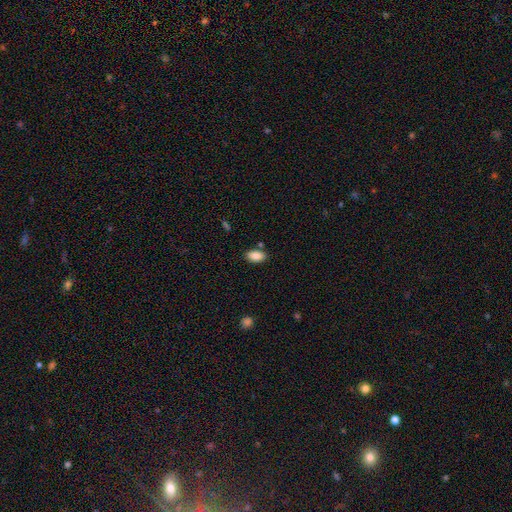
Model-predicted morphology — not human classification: A smooth galaxy with no disk features (88%) that is in between round and cigar-shaped (93%).

Vote fractions:
- Smooth or featured? smooth: 88% / star or artifact: 8% / featured or disk: 4%
- How rounded? in between: 93% / round: 4% / cigar-shaped: 2%
- Merging? none: 81% / minor disturbance: 11% / merger: 5% / major disturbance: 3%